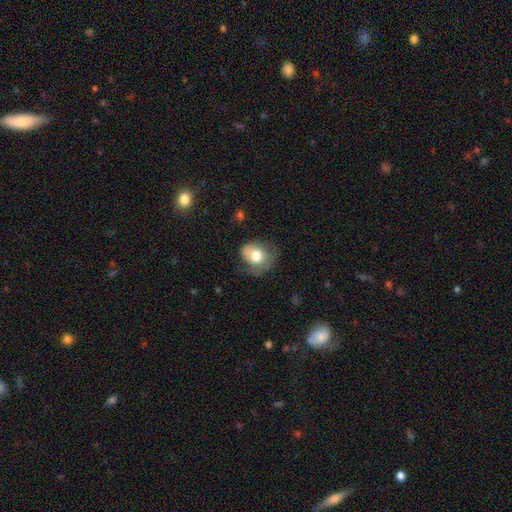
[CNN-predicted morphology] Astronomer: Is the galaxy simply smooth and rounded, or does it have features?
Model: smooth — 69%.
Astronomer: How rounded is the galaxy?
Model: round — 64%.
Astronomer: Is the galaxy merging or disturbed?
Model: none — 48% (runner-up: minor disturbance, 32%).